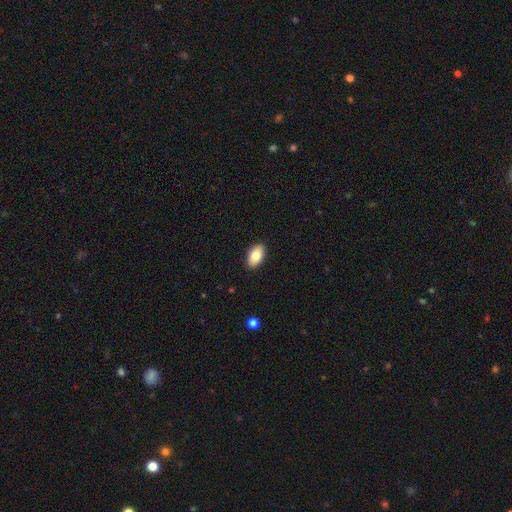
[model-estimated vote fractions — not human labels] A smooth galaxy with no disk features (83%) that is in between round and cigar-shaped (93%).

Vote fractions:
- Smooth or featured? smooth: 83% / featured or disk: 11% / star or artifact: 7%
- How rounded? in between: 93% / round: 5% / cigar-shaped: 2%
- Merging? none: 90% / minor disturbance: 7% / major disturbance: 2% / merger: 1%